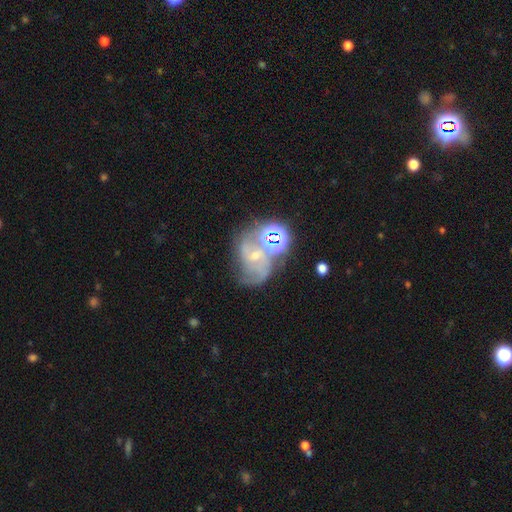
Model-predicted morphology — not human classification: This is likely a featured or disk galaxy (65%). It is clearly not viewed edge-on (97%). Bar: possibly no (52%). Spiral arm pattern: clearly yes (90%). Spiral arm count: likely 2 (63%). Spiral winding: possibly medium (47%). Central bulge: likely small (63%). Merging: marginally none (41%).